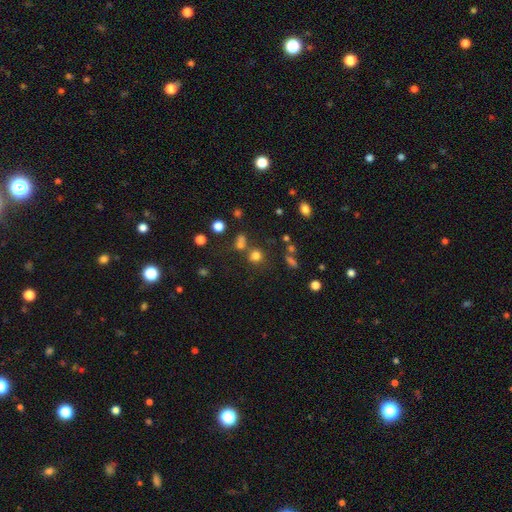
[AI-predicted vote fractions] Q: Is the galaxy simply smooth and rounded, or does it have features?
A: smooth — 72%.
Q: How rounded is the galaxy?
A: round — 85%.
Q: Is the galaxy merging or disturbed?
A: none — 66%.